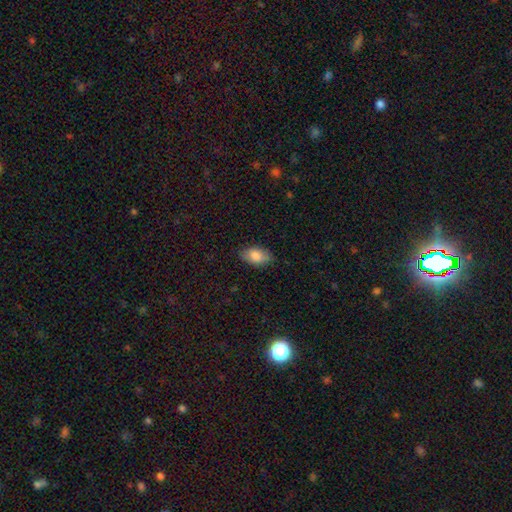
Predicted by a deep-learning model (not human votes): The model was most divided on "merging": none: 84%, minor disturbance: 12%, major disturbance: 3%, merger: 1%. More confident: how rounded — in between (92%); smooth or featured — smooth (83%).